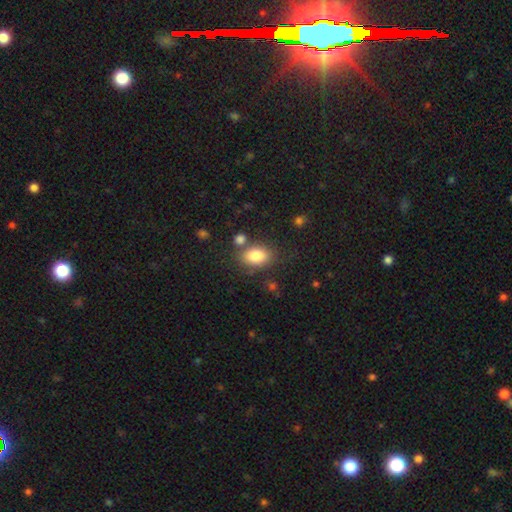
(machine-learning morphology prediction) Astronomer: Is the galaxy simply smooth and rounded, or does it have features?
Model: smooth — 82%.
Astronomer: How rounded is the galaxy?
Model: in between — 84%.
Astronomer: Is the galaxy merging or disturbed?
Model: none — 70%.